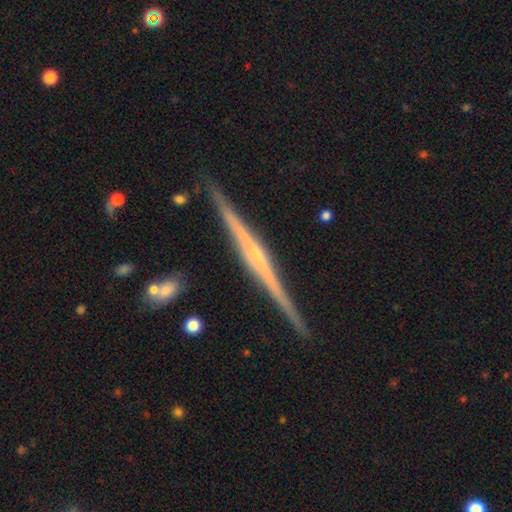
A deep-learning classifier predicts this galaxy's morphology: This is clearly a featured or disk galaxy (83%). It is clearly viewed edge-on (99%). Edge-on bulge: possibly none (47%). Merging: clearly none (91%).